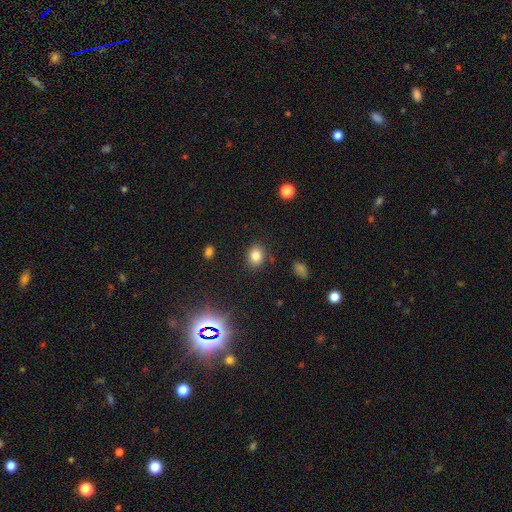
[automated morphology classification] Overall: smooth (81%). How rounded: round (56%; in between 43%). Merging: none (86%).